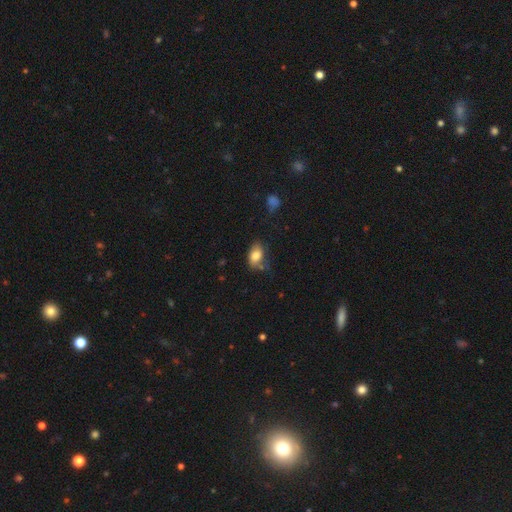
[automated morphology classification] Smooth or featured: smooth — 79% (featured or disk — 13%)
How rounded: in between — 84% (round — 14%)
Merging: none — 55% (minor disturbance — 29%)